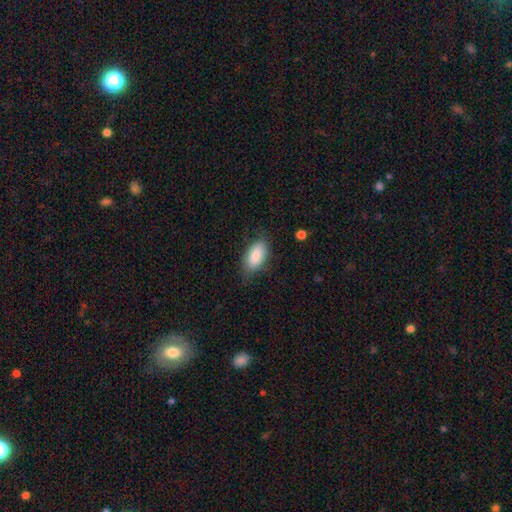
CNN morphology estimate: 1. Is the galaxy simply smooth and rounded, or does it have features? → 85% smooth, 9% featured or disk, 6% star or artifact.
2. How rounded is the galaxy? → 92% in between, 4% cigar-shaped, 3% round.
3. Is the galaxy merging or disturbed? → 72% none, 21% minor disturbance, 6% major disturbance, 1% merger.